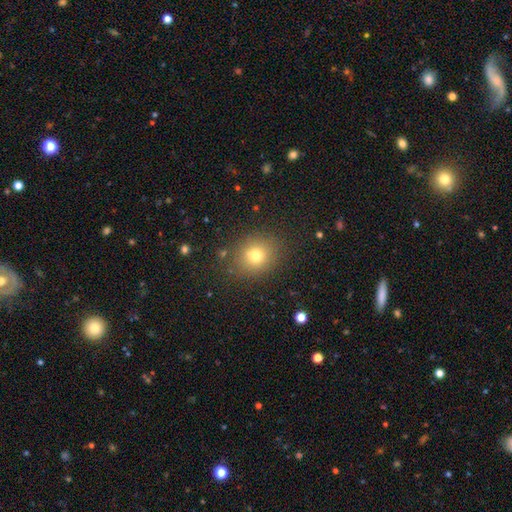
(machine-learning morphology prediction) Smooth or featured? smooth (74%)
How rounded? round (72%)
Merging? none (84%)